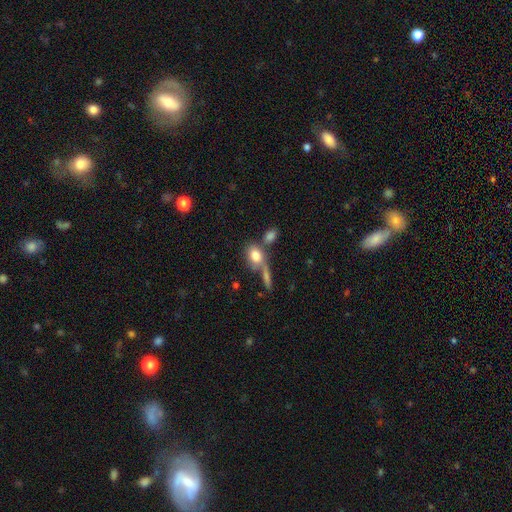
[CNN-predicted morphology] Smooth or featured? Predicted: smooth (p=0.78). How rounded? Predicted: in between (p=0.66). Merging? Predicted: none (p=0.47).